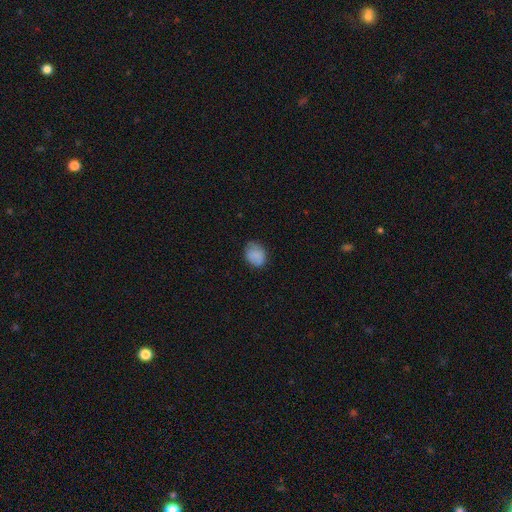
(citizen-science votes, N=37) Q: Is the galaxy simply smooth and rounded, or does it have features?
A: smooth — 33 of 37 (89%).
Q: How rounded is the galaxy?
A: in between — 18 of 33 (55%).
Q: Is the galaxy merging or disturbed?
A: none — 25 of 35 (71%).